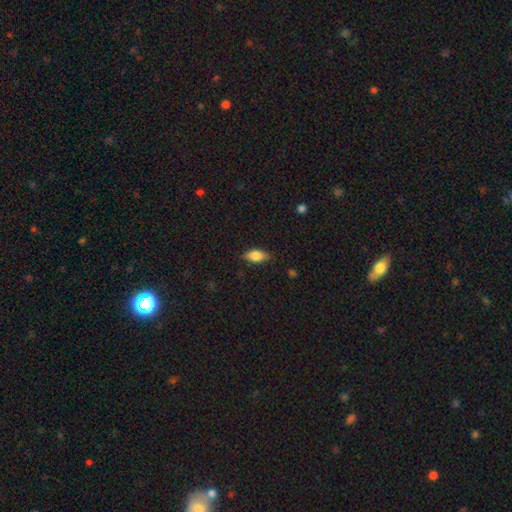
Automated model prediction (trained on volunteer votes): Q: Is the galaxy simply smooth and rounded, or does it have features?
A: smooth — 79%.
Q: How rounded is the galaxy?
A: in between — 86%.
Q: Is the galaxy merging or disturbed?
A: none — 82%.